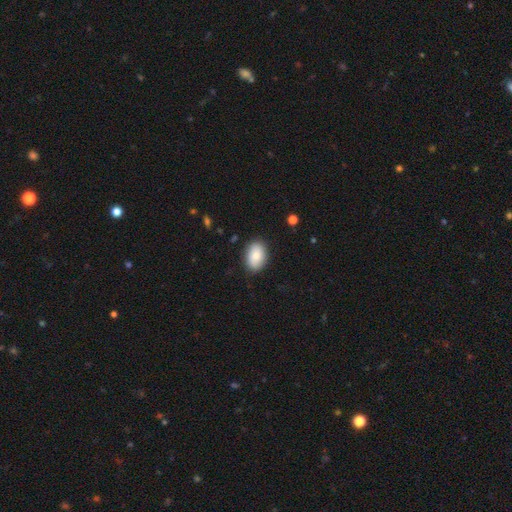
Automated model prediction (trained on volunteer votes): This is clearly a smooth galaxy (83%). How rounded: clearly in between (85%). Merging: clearly none (87%).